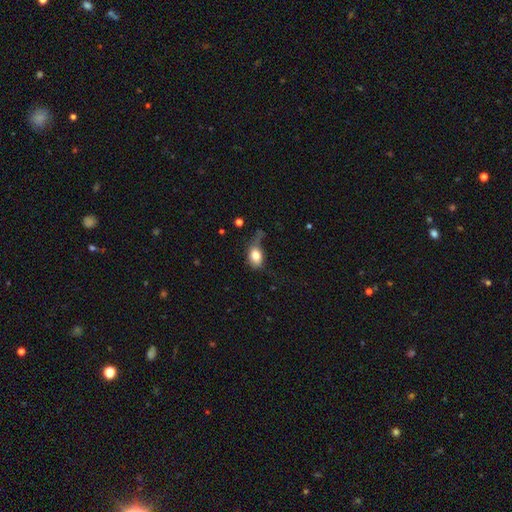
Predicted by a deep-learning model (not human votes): Q: Smooth or featured?
A: smooth (78%); runner-up: featured or disk (13%)
Q: How rounded?
A: in between (76%); runner-up: round (22%)
Q: Merging?
A: none (34%); runner-up: minor disturbance (32%)